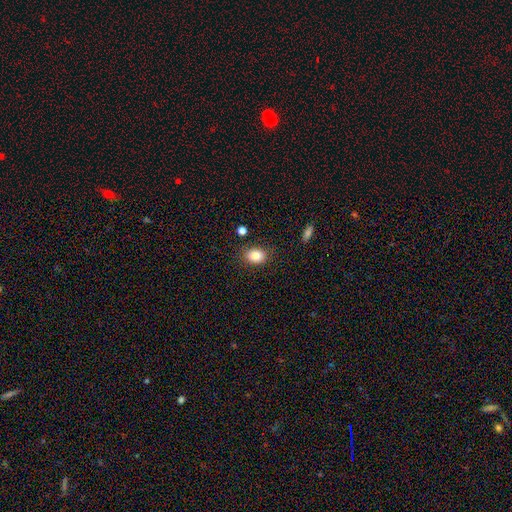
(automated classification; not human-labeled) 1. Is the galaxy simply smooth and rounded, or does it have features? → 83% smooth, 10% star or artifact, 7% featured or disk.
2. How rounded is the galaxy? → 65% in between, 34% round, 1% cigar-shaped.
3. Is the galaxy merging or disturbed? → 84% none, 11% minor disturbance, 3% major disturbance, 2% merger.